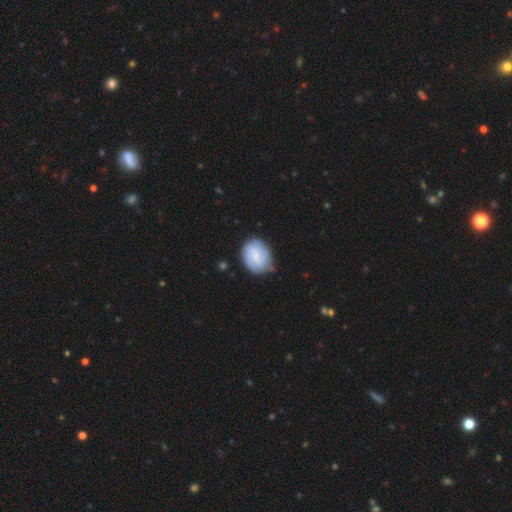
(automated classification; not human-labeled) Smooth or featured? smooth (54%)
How rounded? in between (52%)
Merging? none (67%)